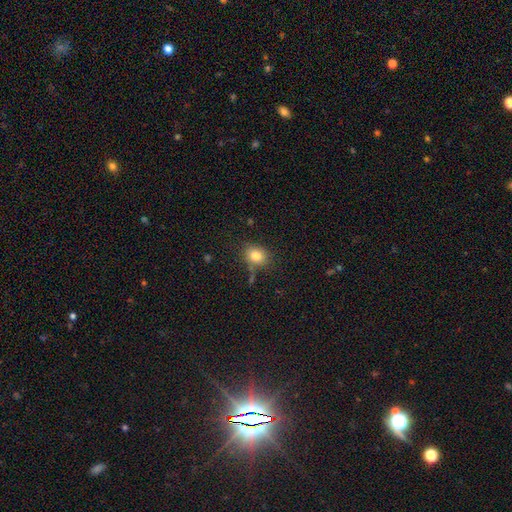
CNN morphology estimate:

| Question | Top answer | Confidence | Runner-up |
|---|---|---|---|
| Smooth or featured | smooth | 82% | star or artifact (11%) |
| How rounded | round | 51% | in between (48%) |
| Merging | none | 75% | minor disturbance (15%) |